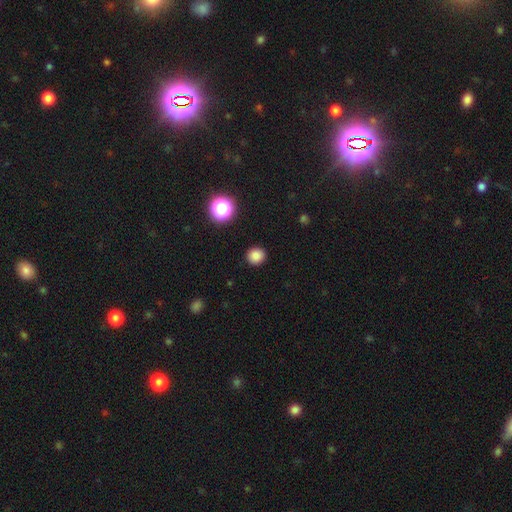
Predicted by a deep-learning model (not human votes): A smooth galaxy with no disk features (84%) that is round (90%).

Vote fractions:
- Smooth or featured? smooth: 84% / star or artifact: 12% / featured or disk: 4%
- How rounded? round: 90% / in between: 9% / cigar-shaped: 1%
- Merging? none: 92% / minor disturbance: 5% / major disturbance: 2% / merger: 1%